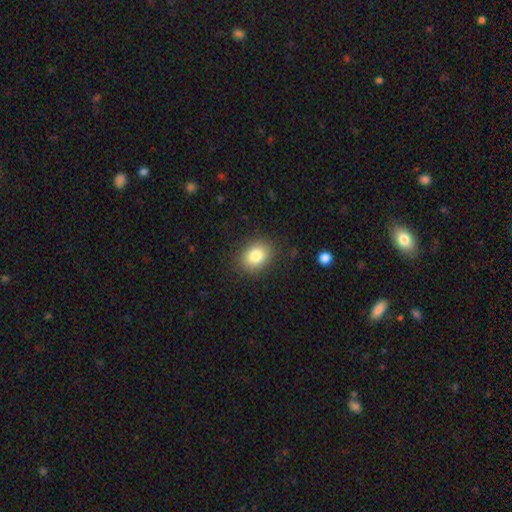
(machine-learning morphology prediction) A smooth galaxy with no disk features (83%) that is in between round and cigar-shaped (55%). Merging: none (87%).